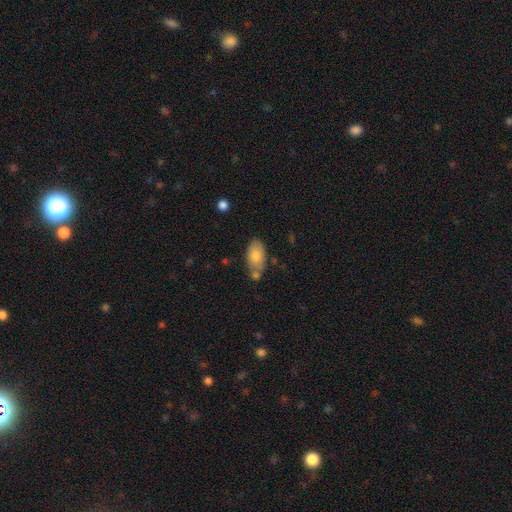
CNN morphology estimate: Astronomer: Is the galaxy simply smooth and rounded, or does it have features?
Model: smooth — 77%.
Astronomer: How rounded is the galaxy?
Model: in between — 92%.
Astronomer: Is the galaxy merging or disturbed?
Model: none — 60%.